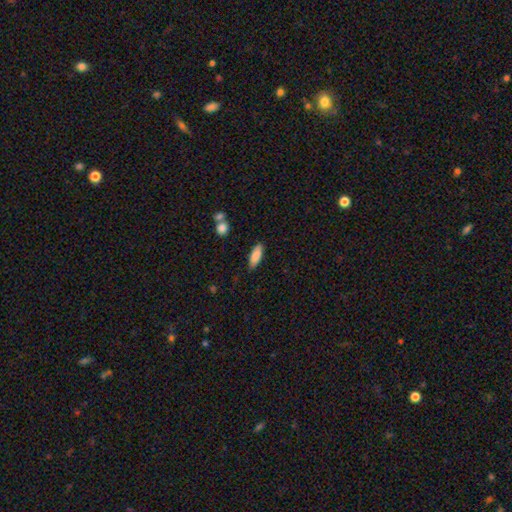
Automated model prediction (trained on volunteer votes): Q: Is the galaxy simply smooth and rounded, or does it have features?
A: smooth — 85%.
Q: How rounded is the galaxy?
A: in between — 67%.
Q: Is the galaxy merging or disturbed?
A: none — 84%.